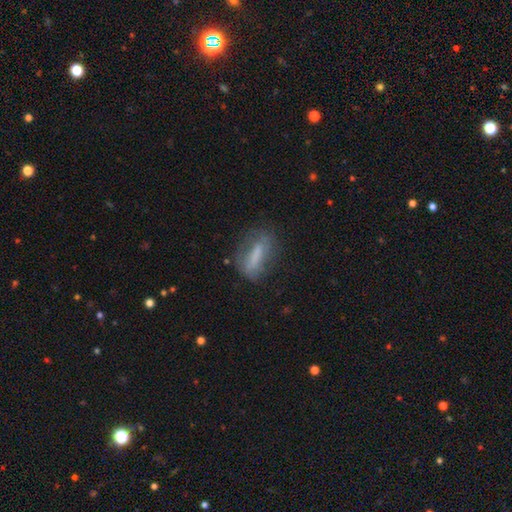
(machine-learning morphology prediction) type=smooth (56%); roundness=in between (51%); merging=none (60%).